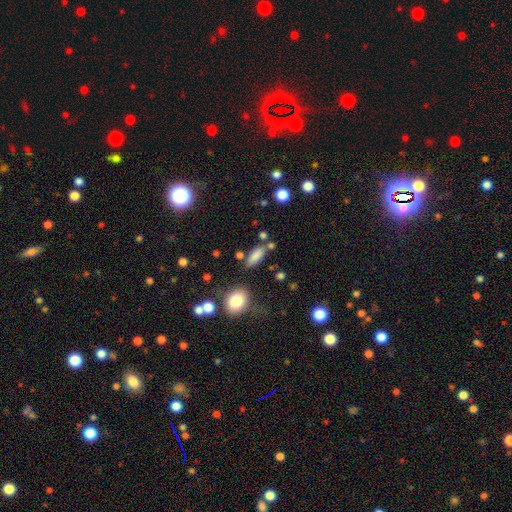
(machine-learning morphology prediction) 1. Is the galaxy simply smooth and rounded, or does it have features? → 82% smooth, 10% star or artifact, 8% featured or disk.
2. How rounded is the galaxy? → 69% in between, 27% cigar-shaped, 4% round.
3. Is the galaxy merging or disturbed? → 70% none, 14% minor disturbance, 11% merger, 5% major disturbance.